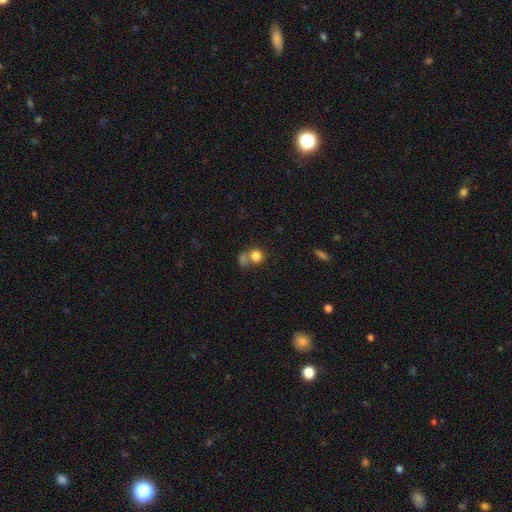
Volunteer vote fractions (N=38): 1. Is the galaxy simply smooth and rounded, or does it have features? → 74% smooth, 13% featured or disk, 13% star or artifact.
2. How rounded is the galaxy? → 86% round, 14% in between, 0% cigar-shaped.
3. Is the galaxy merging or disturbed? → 45% none, 24% merger, 15% minor disturbance, 15% major disturbance.